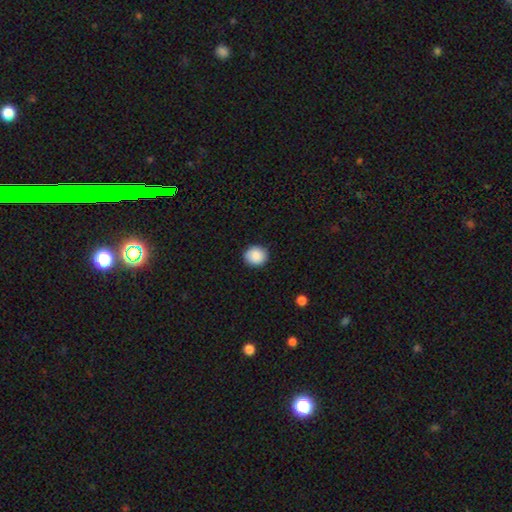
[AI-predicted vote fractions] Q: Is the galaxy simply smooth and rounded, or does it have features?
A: smooth — 89%.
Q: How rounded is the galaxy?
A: round — 83%.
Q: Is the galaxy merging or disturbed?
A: none — 89%.